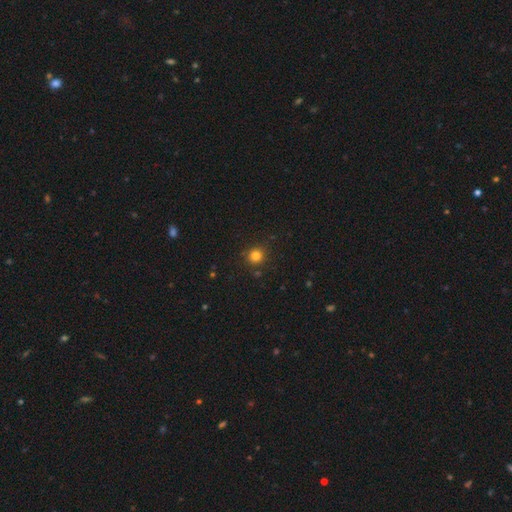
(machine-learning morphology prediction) smooth_or_featured: smooth (p=0.81) [alt: star or artifact p=0.14]
how_rounded: round (p=0.92) [alt: in between p=0.07]
merging: none (p=0.87) [alt: minor disturbance p=0.08]